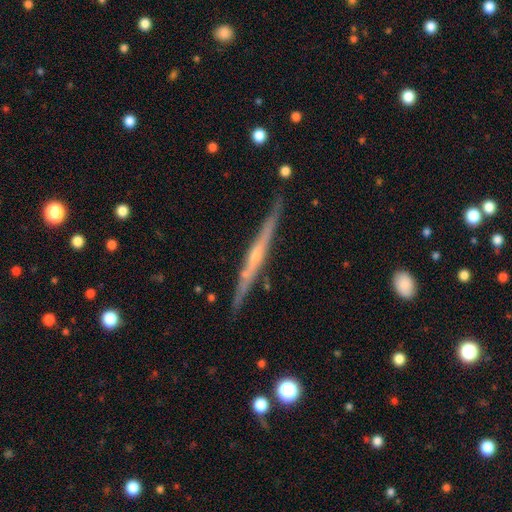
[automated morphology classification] featured or disk 82%, smooth 12%, star or artifact 6%. Down the decision tree: edge-on disk — yes (98%); edge-on bulge — rounded (70%); merging — none (89%).